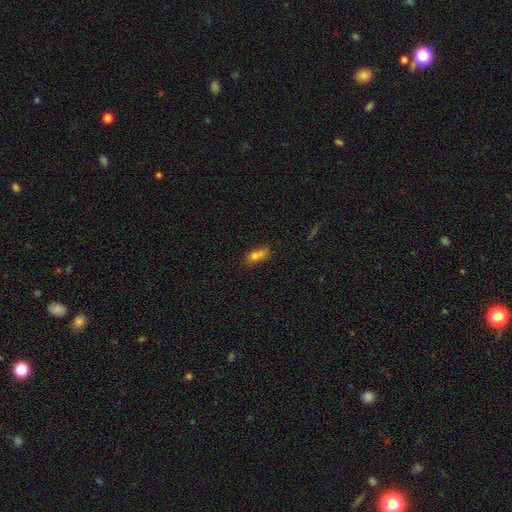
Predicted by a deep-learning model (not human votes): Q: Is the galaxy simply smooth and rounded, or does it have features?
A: smooth — 68%.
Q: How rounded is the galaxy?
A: in between — 70%.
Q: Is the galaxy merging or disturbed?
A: none — 47%.